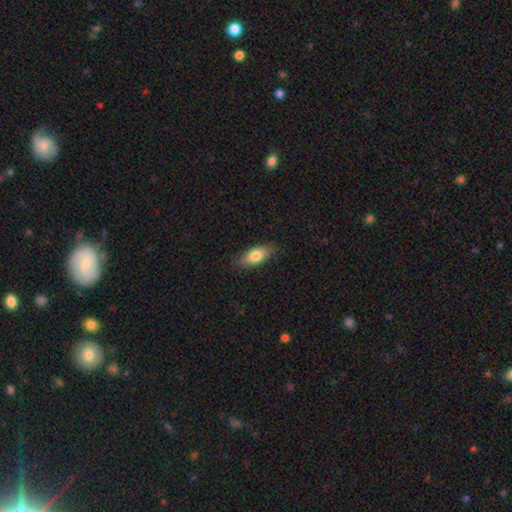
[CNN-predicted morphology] Smooth or featured?
  - smooth: 80% *
  - featured or disk: 14%
  - star or artifact: 6%
How rounded?
  - in between: 82% *
  - cigar-shaped: 15%
  - round: 3%
Merging?
  - none: 84% *
  - minor disturbance: 13%
  - major disturbance: 3%
  - merger: 1%